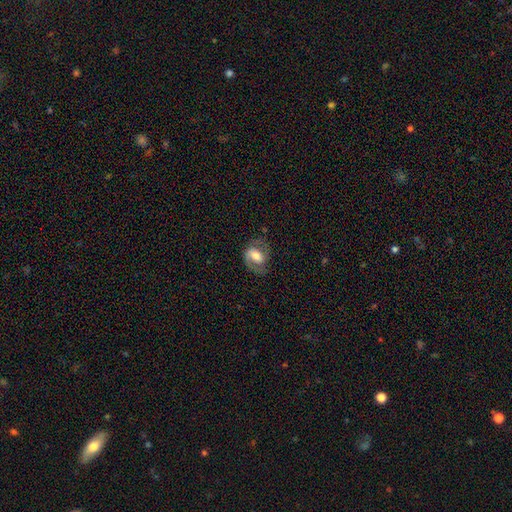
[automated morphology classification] Smooth or featured?
  - featured or disk: 63% *
  - smooth: 30%
  - star or artifact: 7%
Edge-on disk?
  - no: 96% *
  - yes: 4%
Bar?
  - weak: 42% *
  - no: 31%
  - strong: 26%
Spiral arms?
  - yes: 84% *
  - no: 16%
Spiral winding?
  - medium: 50% *
  - tight: 27%
  - loose: 23%
Spiral arm count?
  - 2: 76% *
  - 1: 14%
  - can't tell: 7%
  - 3: 1%
  - 4: 1%
  - more than 4: 1%
Bulge size?
  - moderate: 56% *
  - large: 25%
  - small: 14%
  - dominant: 3%
  - none: 2%
Merging?
  - none: 65% *
  - minor disturbance: 20%
  - major disturbance: 13%
  - merger: 1%